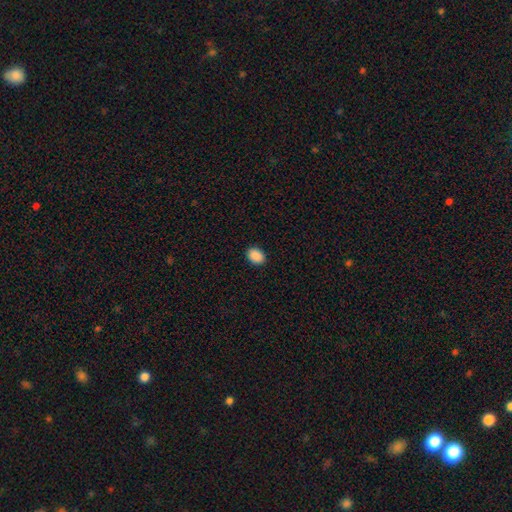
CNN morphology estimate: A smooth galaxy with no disk features (90%) that is in between round and cigar-shaped (72%). Merging: none (91%).